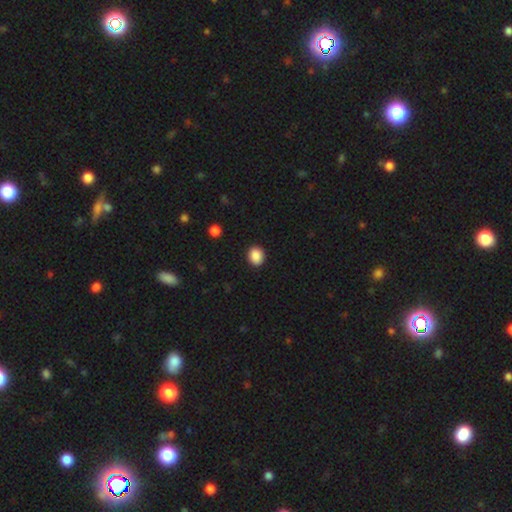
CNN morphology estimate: Smooth or featured: smooth — 89% (star or artifact — 9%)
How rounded: round — 57% (in between — 42%)
Merging: none — 90% (minor disturbance — 7%)